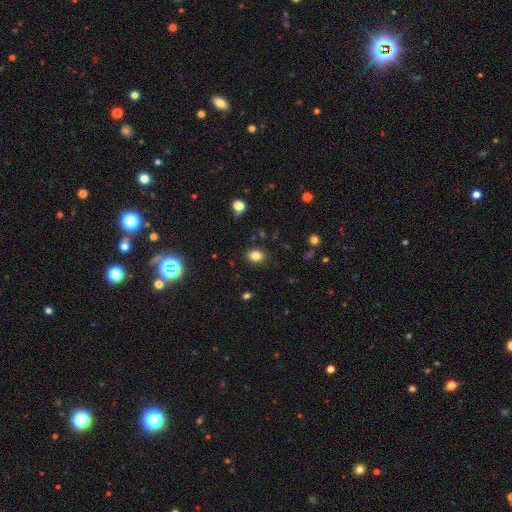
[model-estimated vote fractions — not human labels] Morphology: type=smooth (83%); roundness=in between (62%); merging=none (86%).